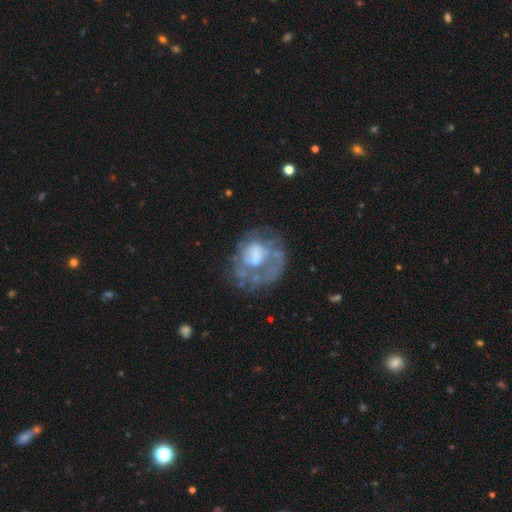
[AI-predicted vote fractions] Smooth or featured? featured or disk (64%)
Edge-on disk? no (98%)
Bar? no (76%)
Spiral arms? no (61%)
Bulge size? moderate (33%)
Merging? none (46%)